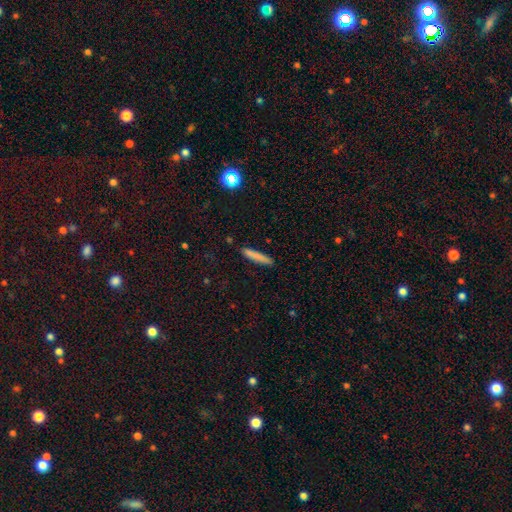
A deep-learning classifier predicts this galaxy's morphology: smooth 81%, featured or disk 12%, star or artifact 7%. Down the decision tree: how rounded — cigar-shaped (93%); merging — none (87%).